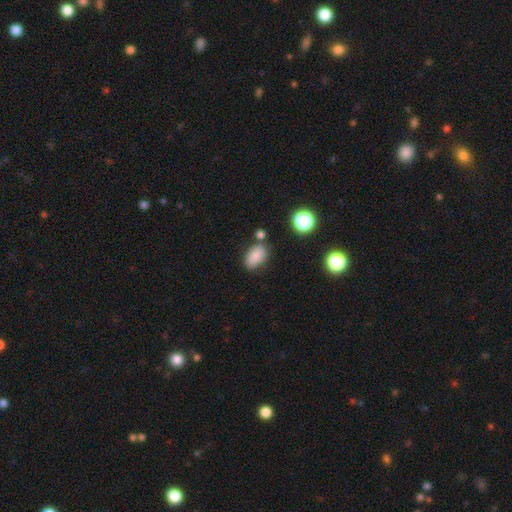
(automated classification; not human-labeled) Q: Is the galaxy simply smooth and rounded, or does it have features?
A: smooth — 81%.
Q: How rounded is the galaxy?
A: in between — 89%.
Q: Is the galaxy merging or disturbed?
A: none — 69%.